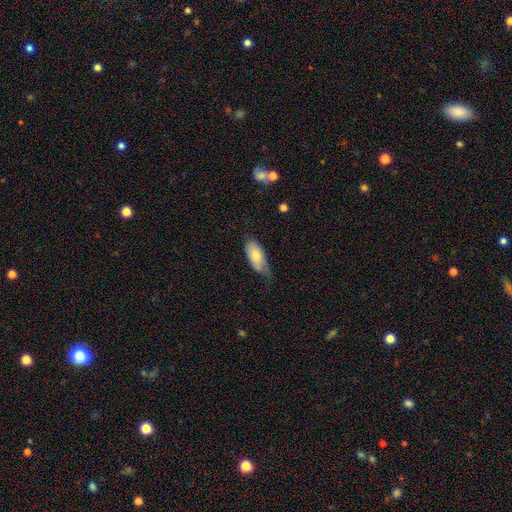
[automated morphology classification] smooth-or-featured: smooth: 72% | featured or disk: 22% | star or artifact: 6%
  how-rounded: in between: 88% | cigar-shaped: 9% | round: 2%
  merging: minor disturbance: 43% | none: 35% | major disturbance: 20% | merger: 2%